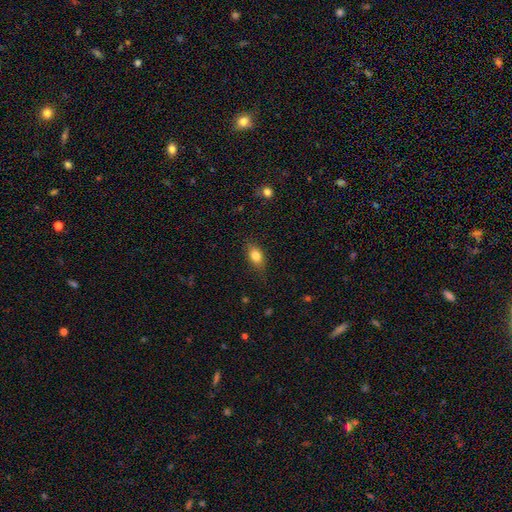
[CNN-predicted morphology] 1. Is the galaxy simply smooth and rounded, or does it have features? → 81% smooth, 10% featured or disk, 9% star or artifact.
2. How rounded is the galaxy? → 79% in between, 17% round, 5% cigar-shaped.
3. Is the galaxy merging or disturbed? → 80% none, 16% minor disturbance, 3% major disturbance, 1% merger.